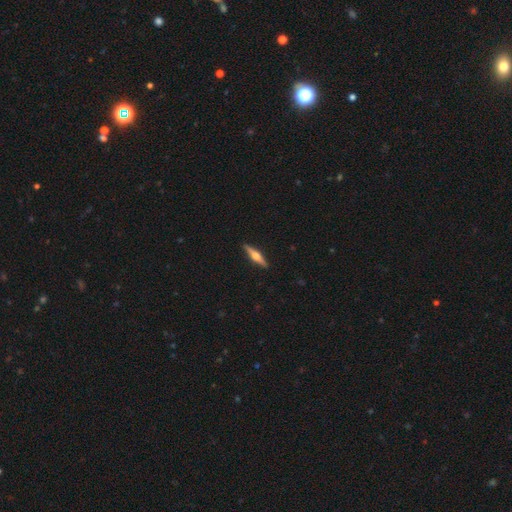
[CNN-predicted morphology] This is likely a featured or disk galaxy (67%). It is clearly viewed edge-on (97%). Edge-on bulge: clearly rounded (91%). Merging: clearly none (91%).